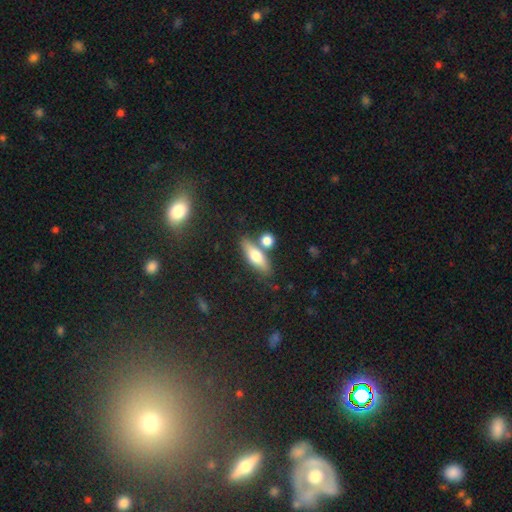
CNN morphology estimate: smooth-or-featured: smooth: 62% | featured or disk: 30% | star or artifact: 8%
  how-rounded: in between: 50% | cigar-shaped: 44% | round: 6%
  merging: none: 68% | merger: 17% | minor disturbance: 12% | major disturbance: 4%